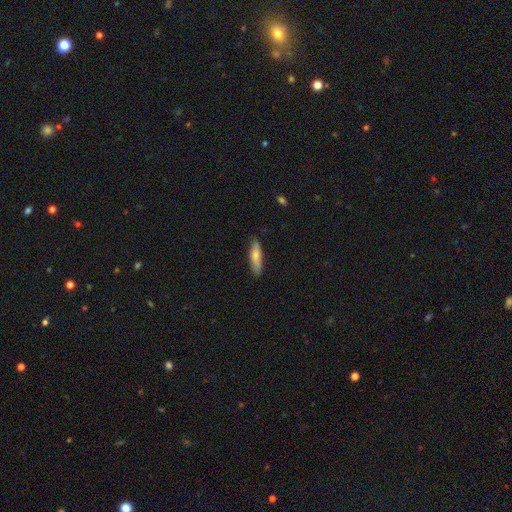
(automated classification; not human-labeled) smooth_or_featured: smooth (p=0.74) [alt: featured or disk p=0.20]
how_rounded: cigar-shaped (p=0.70) [alt: in between p=0.28]
merging: none (p=0.82) [alt: minor disturbance p=0.14]